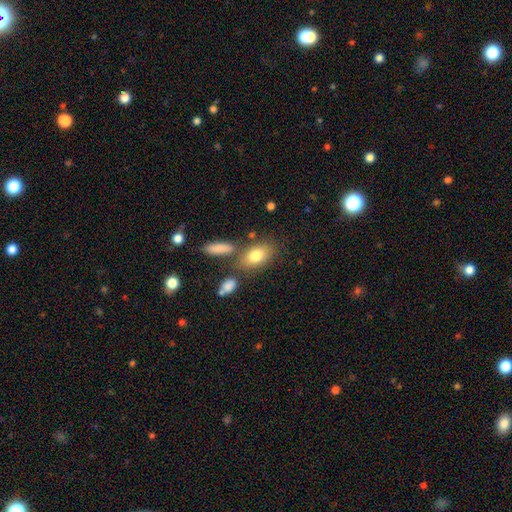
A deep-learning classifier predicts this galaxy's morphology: Overall: smooth (79%). How rounded: in between (85%). Merging: none (66%).